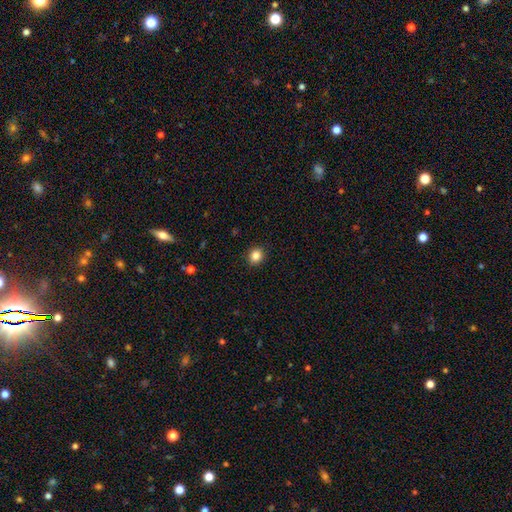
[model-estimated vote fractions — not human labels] This appears to be a smooth galaxy with no disk features (85%) that is round (74%). Merging: none (91%).